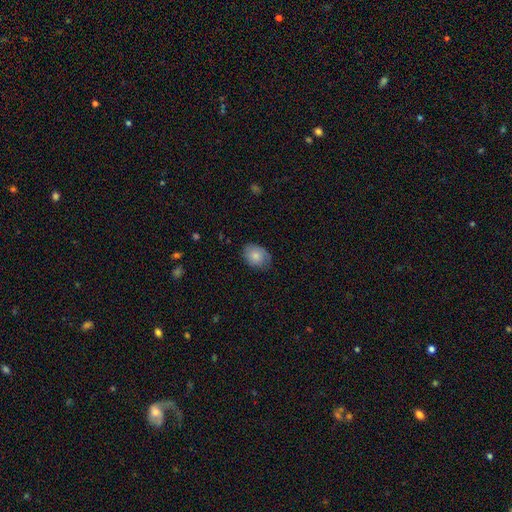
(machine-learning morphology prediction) This is clearly a smooth galaxy (80%). How rounded: likely in between (67%). Merging: likely none (69%).